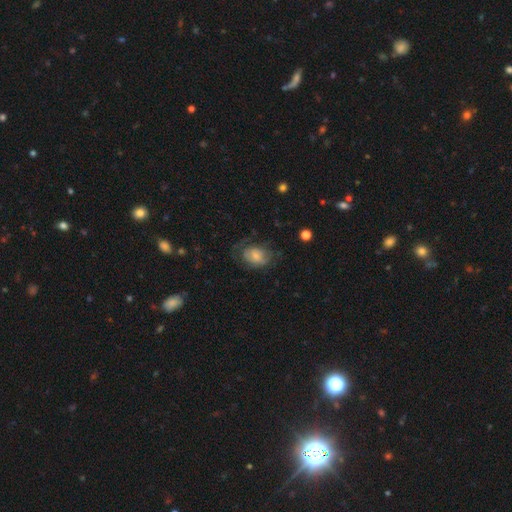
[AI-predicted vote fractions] Overall: smooth (55%; featured or disk 37%). How rounded: in between (73%). Merging: none (45%; major disturbance 27%).